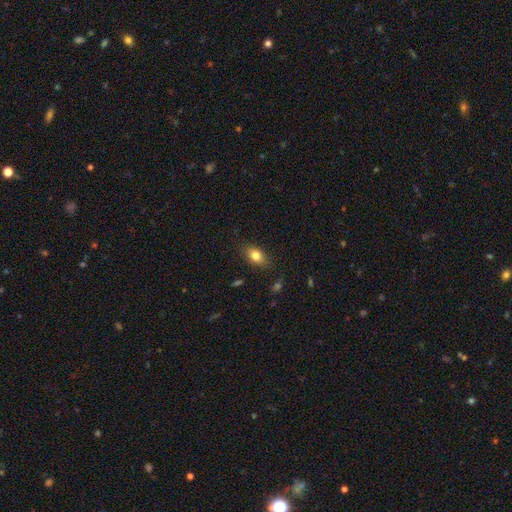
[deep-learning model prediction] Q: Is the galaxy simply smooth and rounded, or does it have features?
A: smooth — 80%.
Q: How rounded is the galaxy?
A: in between — 82%.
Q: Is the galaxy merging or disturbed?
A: none — 84%.